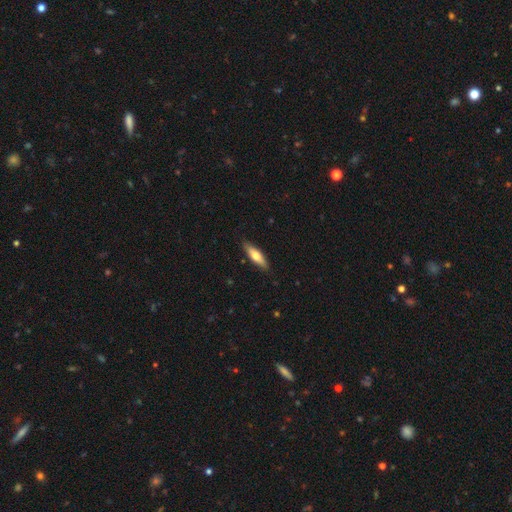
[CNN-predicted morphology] Smooth or featured?
  - smooth: 63% *
  - featured or disk: 32%
  - star or artifact: 5%
How rounded?
  - cigar-shaped: 60% *
  - in between: 38%
  - round: 2%
Merging?
  - none: 87% *
  - minor disturbance: 10%
  - major disturbance: 2%
  - merger: 1%